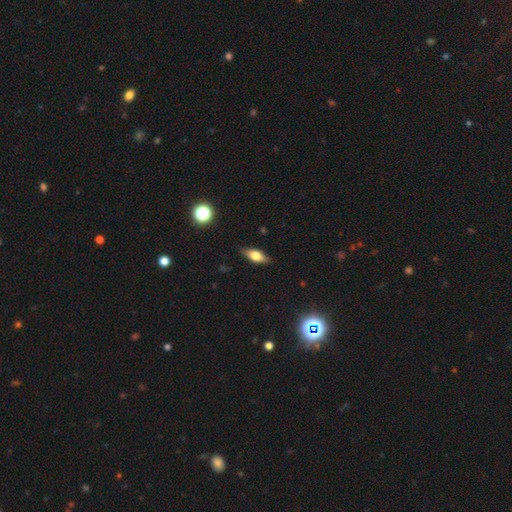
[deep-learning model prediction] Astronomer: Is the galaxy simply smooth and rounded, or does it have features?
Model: smooth — 55% (runner-up: featured or disk, 36%).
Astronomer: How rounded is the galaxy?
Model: in between — 71%.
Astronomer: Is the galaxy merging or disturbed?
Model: none — 85%.